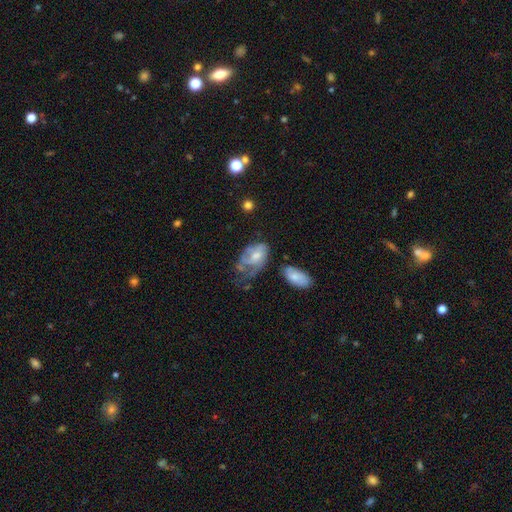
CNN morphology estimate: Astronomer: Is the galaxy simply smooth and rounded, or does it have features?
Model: featured or disk — 50% (runner-up: smooth, 43%).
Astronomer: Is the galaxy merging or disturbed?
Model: major disturbance — 41% (runner-up: minor disturbance, 28%).